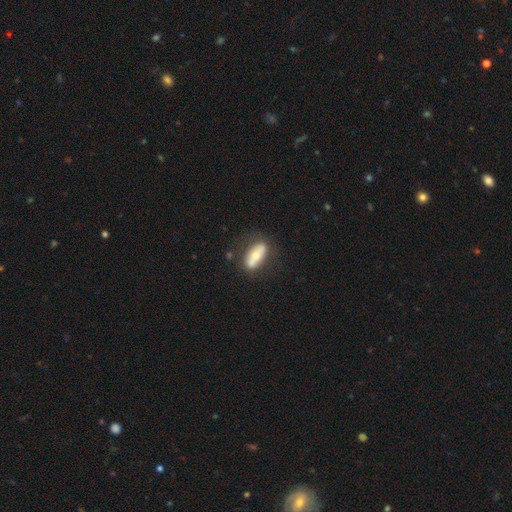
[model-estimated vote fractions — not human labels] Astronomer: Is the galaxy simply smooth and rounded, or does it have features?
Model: smooth — 54% (runner-up: featured or disk, 39%).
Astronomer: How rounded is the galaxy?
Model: in between — 70%.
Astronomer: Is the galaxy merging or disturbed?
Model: none — 65%.